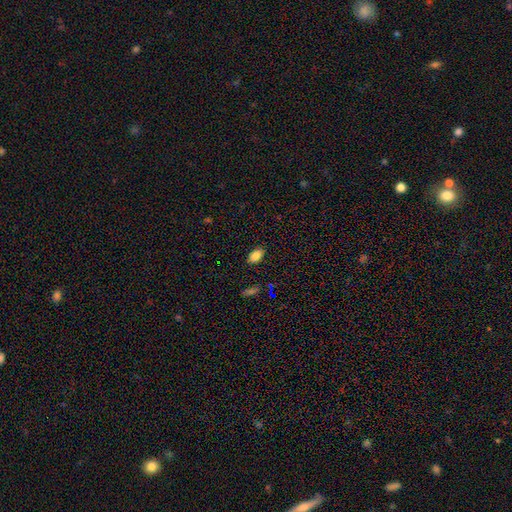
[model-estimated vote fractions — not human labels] Smooth or featured?
  - smooth: 84% *
  - star or artifact: 10%
  - featured or disk: 6%
How rounded?
  - in between: 90% *
  - round: 8%
  - cigar-shaped: 2%
Merging?
  - none: 87% *
  - minor disturbance: 10%
  - major disturbance: 2%
  - merger: 1%